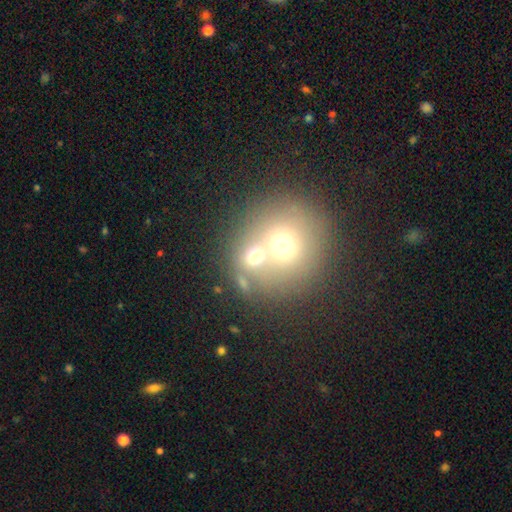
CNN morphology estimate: This is likely a smooth galaxy (64%). How rounded: likely round (75%). Merging: possibly merger (55%).